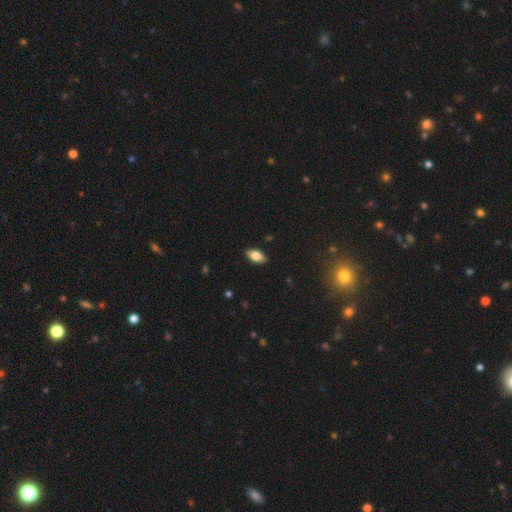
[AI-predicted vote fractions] This appears to be a smooth galaxy with no disk features (76%) that is in between round and cigar-shaped (90%). Merging: none (88%).